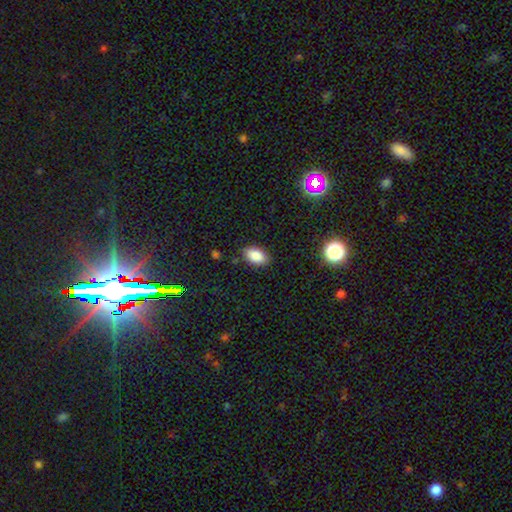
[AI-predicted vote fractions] smooth_or_featured: smooth (p=0.85) [alt: star or artifact p=0.09]
how_rounded: in between (p=0.92) [alt: round p=0.06]
merging: none (p=0.86) [alt: minor disturbance p=0.10]